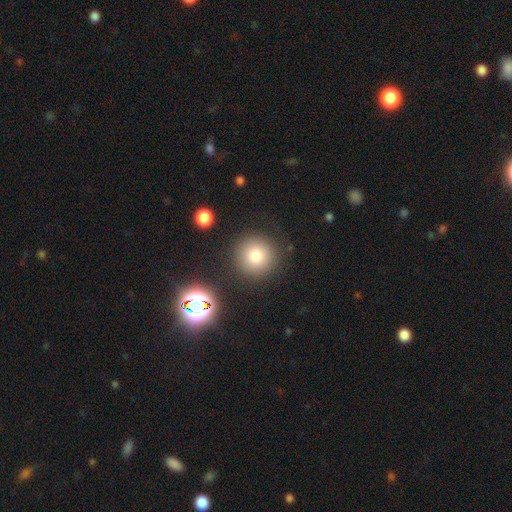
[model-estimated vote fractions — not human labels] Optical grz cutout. It shows a smooth galaxy with no disk features (77%) that is round (95%). Merging: none (88%).